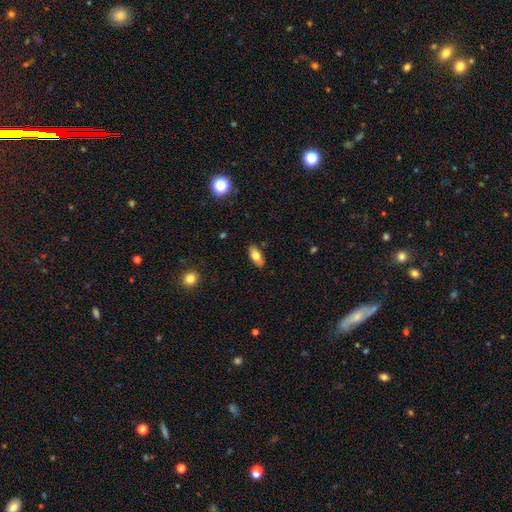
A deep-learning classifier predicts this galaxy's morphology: This is likely a smooth galaxy (76%). How rounded: clearly in between (87%). Merging: clearly none (87%).